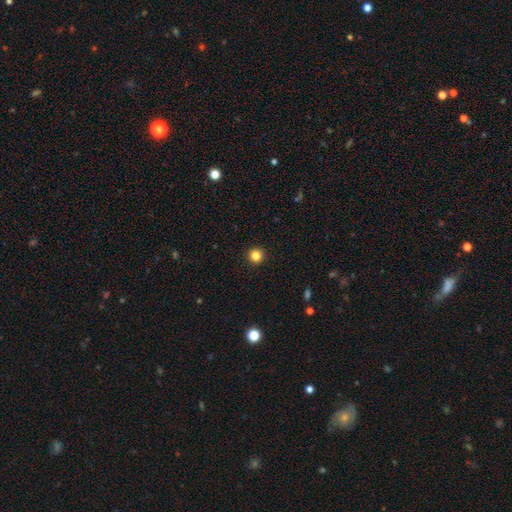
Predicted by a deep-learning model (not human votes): This is clearly a smooth galaxy (84%). How rounded: clearly round (95%). Merging: clearly none (93%).